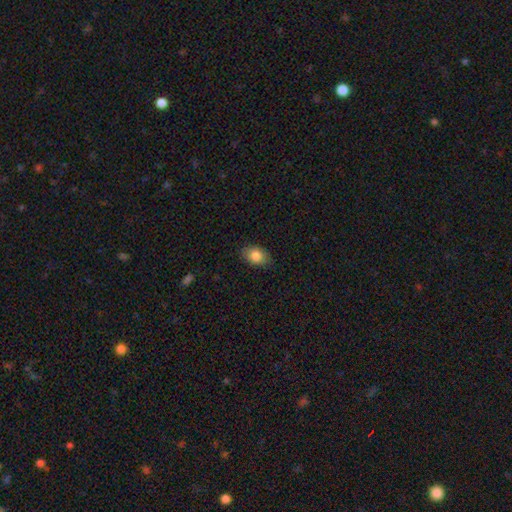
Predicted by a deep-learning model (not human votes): The model was most divided on "merging": none: 82%, minor disturbance: 14%, major disturbance: 3%, merger: 1%. More confident: how rounded — in between (85%); smooth or featured — smooth (84%).